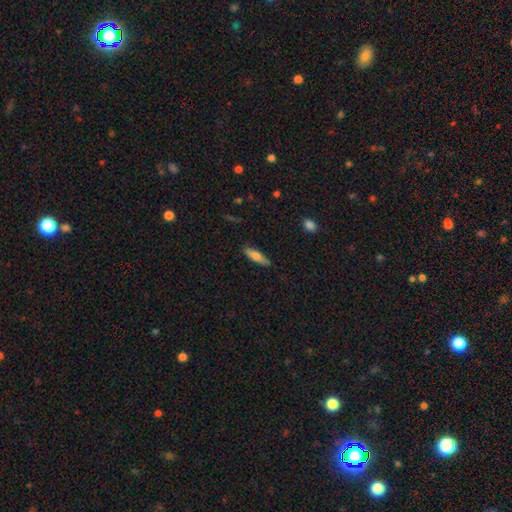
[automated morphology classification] The model was most divided on "how rounded": cigar-shaped: 67%, in between: 32%, round: 2%. More confident: merging — none (84%); smooth or featured — smooth (72%).